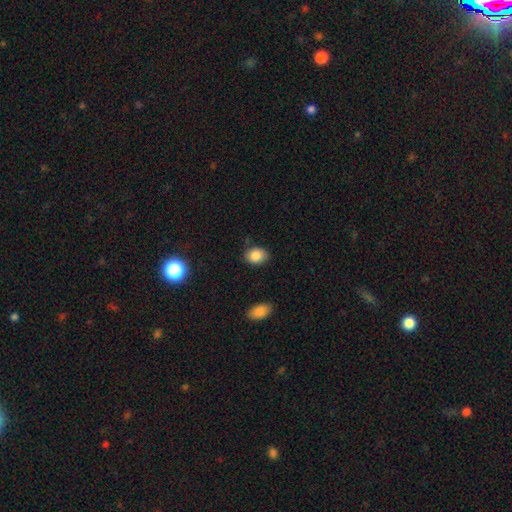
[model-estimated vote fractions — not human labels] smooth_or_featured: smooth (p=0.85) [alt: star or artifact p=0.09]
how_rounded: in between (p=0.60) [alt: round p=0.39]
merging: none (p=0.79) [alt: minor disturbance p=0.16]